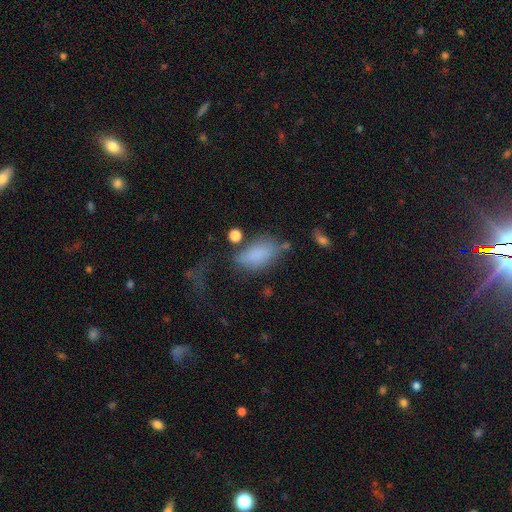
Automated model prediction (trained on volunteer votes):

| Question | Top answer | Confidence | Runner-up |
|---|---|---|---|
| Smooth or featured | smooth | 78% | featured or disk (12%) |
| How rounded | in between | 90% | round (5%) |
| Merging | none | 42% | minor disturbance (25%) |